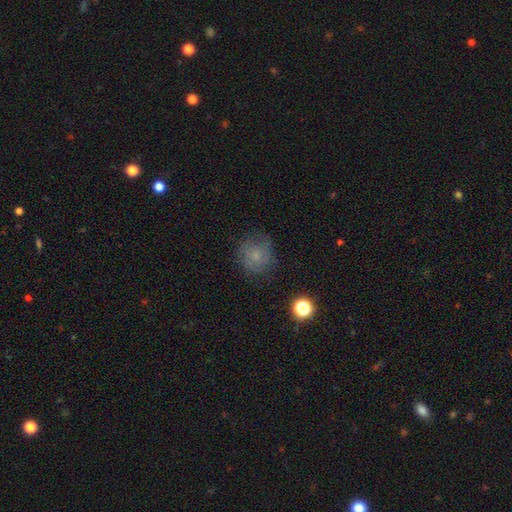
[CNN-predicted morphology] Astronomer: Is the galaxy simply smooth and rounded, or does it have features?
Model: smooth — 67%.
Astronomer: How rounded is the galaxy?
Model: round — 89%.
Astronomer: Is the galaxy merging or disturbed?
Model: none — 70%.